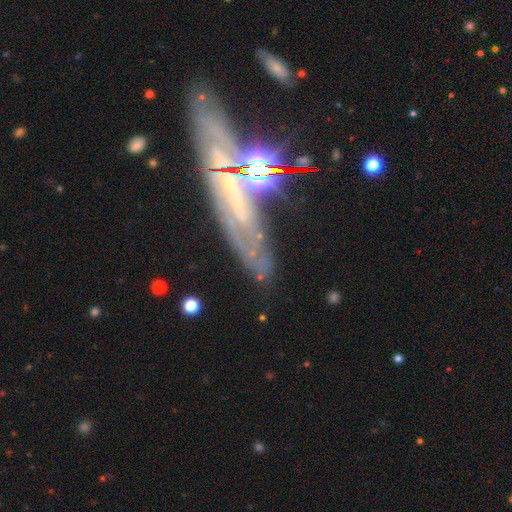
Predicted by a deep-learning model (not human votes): Overall: featured or disk (53%; star or artifact 27%). Edge-on disk: no (60%; yes 40%). Merging: none (67%).